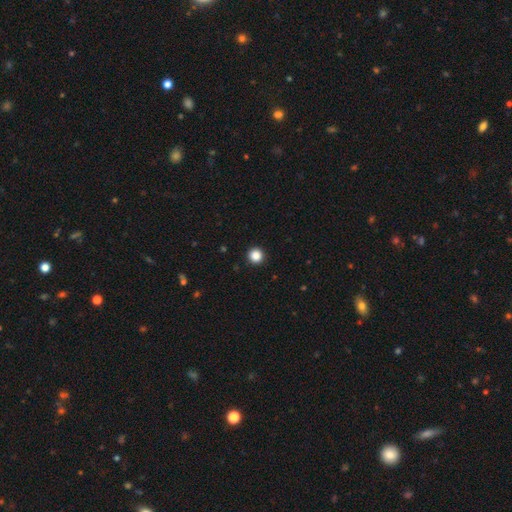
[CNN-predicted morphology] A smooth galaxy with no disk features (86%) that is round (96%).

Vote fractions:
- Smooth or featured? smooth: 86% / star or artifact: 11% / featured or disk: 3%
- How rounded? round: 96% / in between: 3% / cigar-shaped: 1%
- Merging? none: 94% / minor disturbance: 4% / major disturbance: 1% / merger: 1%